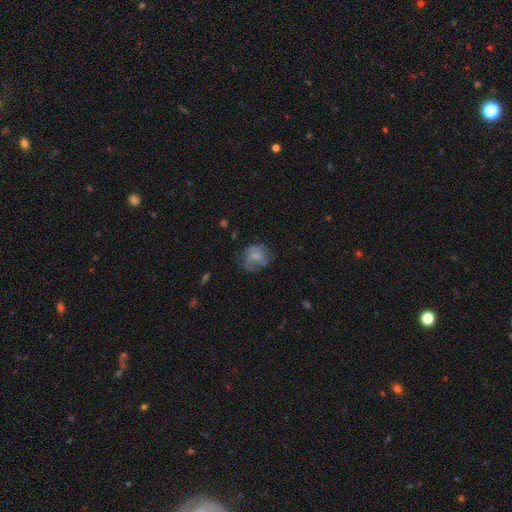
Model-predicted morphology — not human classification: type=smooth (61%); roundness=round (63%); merging=none (49%).